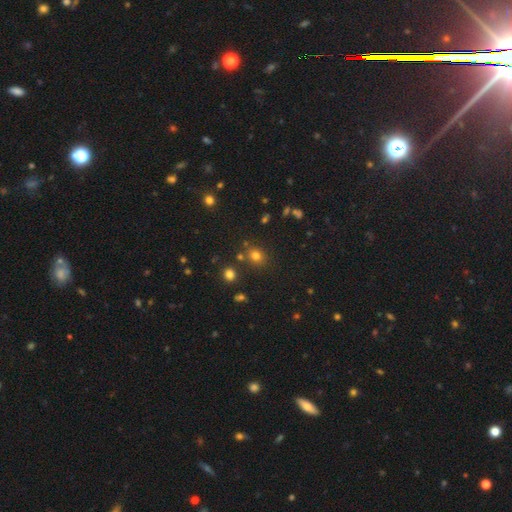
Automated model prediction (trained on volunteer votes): A smooth galaxy with no disk features (74%) that is round (71%). Merging: none (78%).